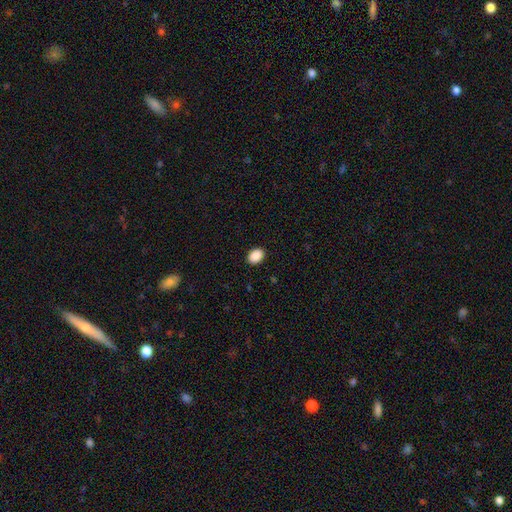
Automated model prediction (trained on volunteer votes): Smooth or featured? Predicted: smooth (p=0.90). How rounded? Predicted: in between (p=0.76). Merging? Predicted: none (p=0.91).